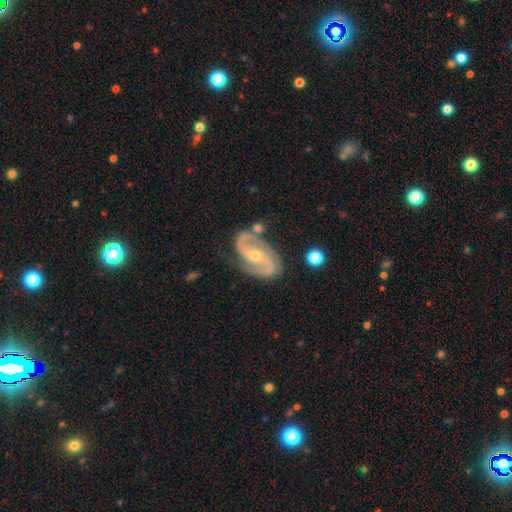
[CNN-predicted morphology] Smooth or featured?
  - featured or disk: 91% *
  - star or artifact: 5%
  - smooth: 4%
Edge-on disk?
  - no: 97% *
  - yes: 3%
Bar?
  - no: 50% *
  - weak: 34%
  - strong: 17%
Spiral arms?
  - yes: 98% *
  - no: 2%
Spiral winding?
  - medium: 55% *
  - tight: 30%
  - loose: 14%
Spiral arm count?
  - 2: 90% *
  - 3: 4%
  - can't tell: 2%
  - 1: 1%
  - 4: 1%
  - more than 4: 1%
Bulge size?
  - small: 56% *
  - moderate: 41%
  - large: 1%
  - none: 1%
  - dominant: 1%
Merging?
  - none: 72% *
  - minor disturbance: 17%
  - major disturbance: 5%
  - merger: 5%